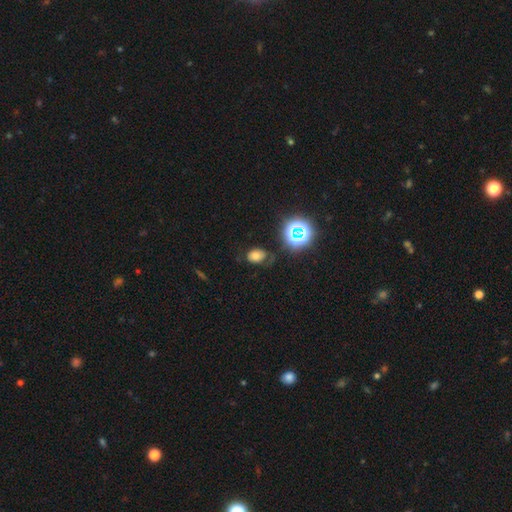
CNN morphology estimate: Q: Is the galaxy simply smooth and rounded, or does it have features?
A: smooth — 66%.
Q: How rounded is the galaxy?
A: in between — 70%.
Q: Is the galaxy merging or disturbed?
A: none — 61%.